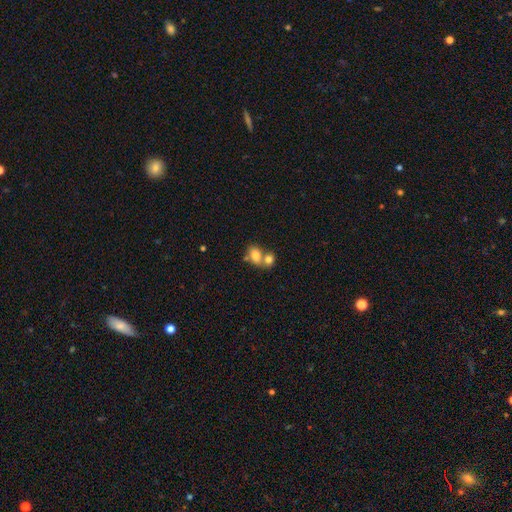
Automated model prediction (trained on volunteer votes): Smooth or featured? smooth (78%)
How rounded? in between (70%)
Merging? merger (58%)